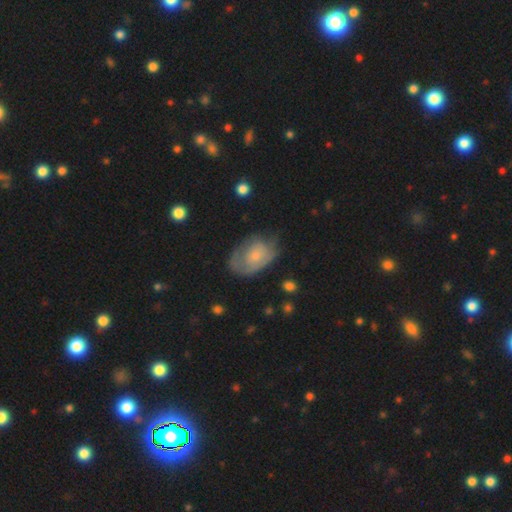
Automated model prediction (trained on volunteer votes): Overall: featured or disk (49%; smooth 44%). Merging: none (49%; minor disturbance 31%).